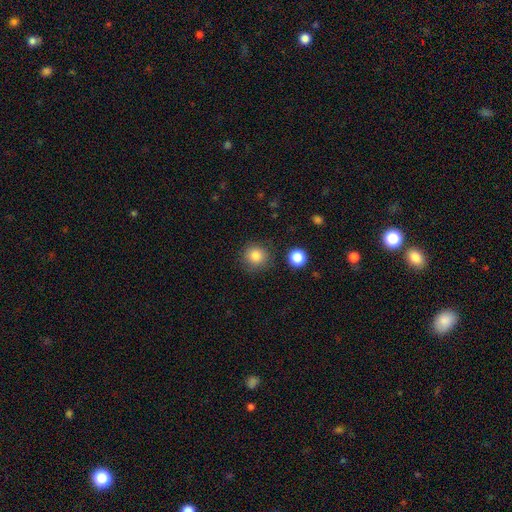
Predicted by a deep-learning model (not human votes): A smooth galaxy with no disk features (84%) that is round (93%).

Vote fractions:
- Smooth or featured? smooth: 84% / star or artifact: 11% / featured or disk: 6%
- How rounded? round: 93% / in between: 6% / cigar-shaped: 1%
- Merging? none: 86% / minor disturbance: 9% / major disturbance: 3% / merger: 3%